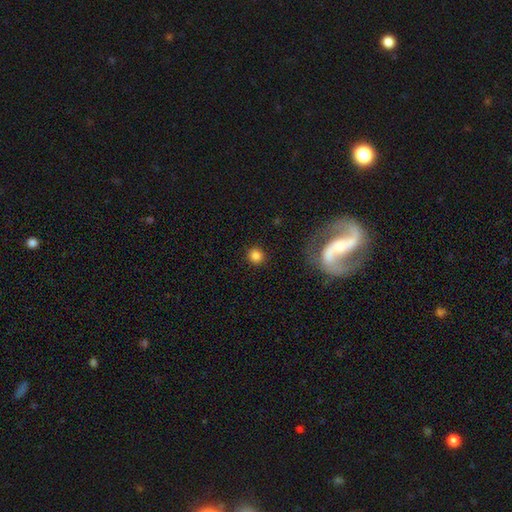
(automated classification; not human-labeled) This appears to be a smooth galaxy with no disk features (83%) that is round (92%). Merging: none (91%).